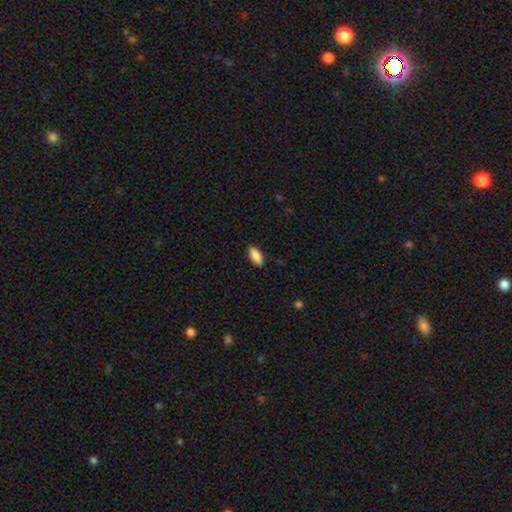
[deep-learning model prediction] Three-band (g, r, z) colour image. It shows a smooth galaxy with no disk features (87%) that is in between round and cigar-shaped (83%). Merging: none (87%).